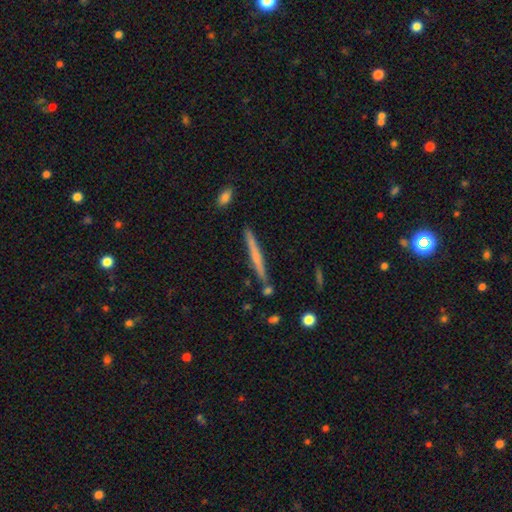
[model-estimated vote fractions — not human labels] Overall: smooth (49%; featured or disk 45%). Merging: none (87%).